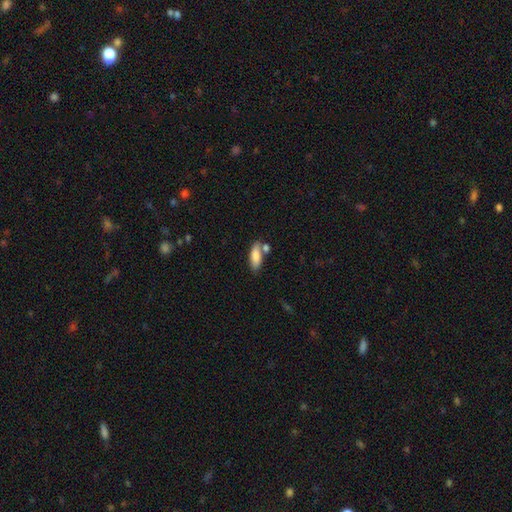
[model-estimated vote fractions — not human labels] smooth 82%, featured or disk 11%, star or artifact 7%. Down the decision tree: how rounded — in between (71%); merging — none (59%).